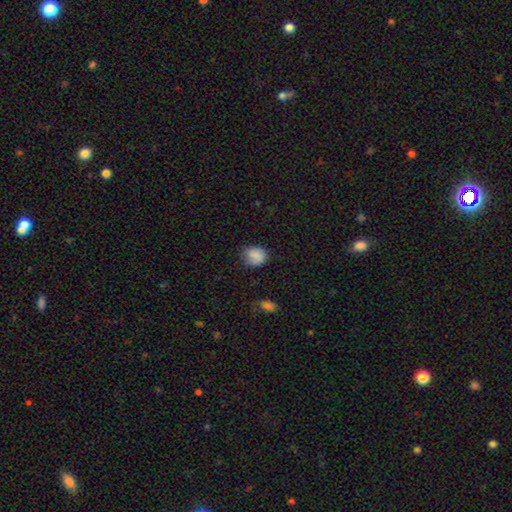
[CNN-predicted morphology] Smooth or featured? Predicted: smooth (p=0.83). How rounded? Predicted: round (p=0.59). Merging? Predicted: none (p=0.71).